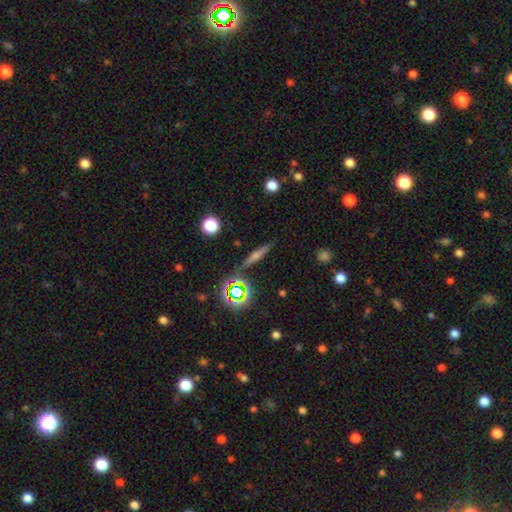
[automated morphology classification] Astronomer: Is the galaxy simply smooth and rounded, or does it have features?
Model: featured or disk — 49% (runner-up: smooth, 31%).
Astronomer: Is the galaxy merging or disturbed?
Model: none — 85%.